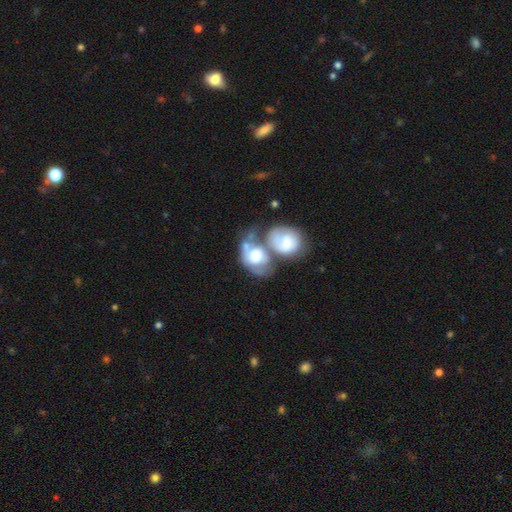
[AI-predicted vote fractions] Overall: smooth (47%; featured or disk 46%). Merging: merger (58%).